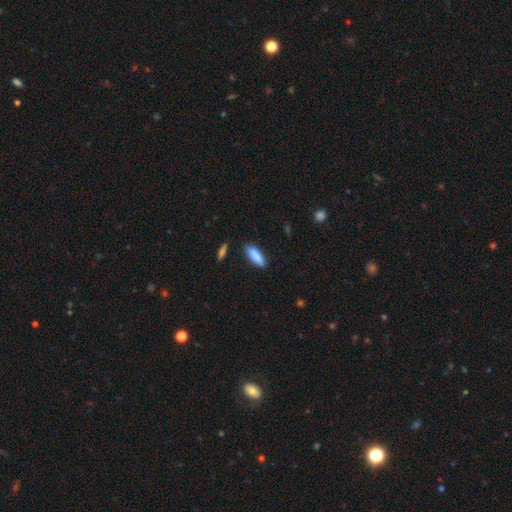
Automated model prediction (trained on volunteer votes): Smooth or featured?
  - smooth: 84% *
  - featured or disk: 10%
  - star or artifact: 6%
How rounded?
  - cigar-shaped: 51% *
  - in between: 48%
  - round: 2%
Merging?
  - none: 80% *
  - minor disturbance: 13%
  - merger: 4%
  - major disturbance: 3%